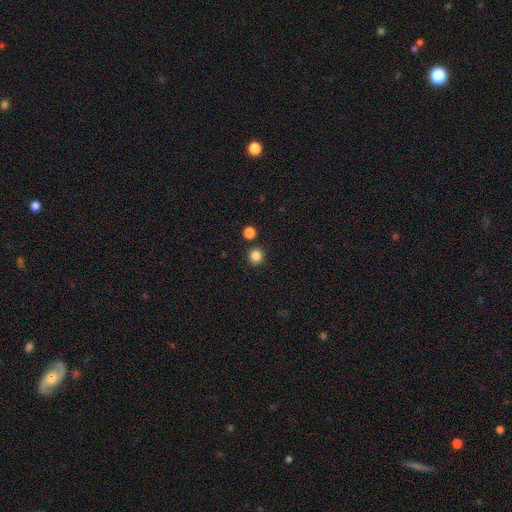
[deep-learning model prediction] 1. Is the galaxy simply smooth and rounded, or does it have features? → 85% smooth, 12% star or artifact, 3% featured or disk.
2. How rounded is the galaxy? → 92% round, 7% in between, 1% cigar-shaped.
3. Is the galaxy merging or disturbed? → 87% none, 6% minor disturbance, 5% merger, 2% major disturbance.